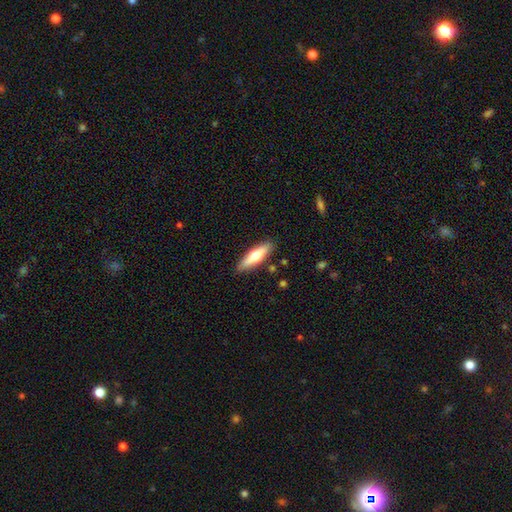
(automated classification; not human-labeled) smooth-or-featured: smooth: 52% | featured or disk: 42% | star or artifact: 6%
  how-rounded: cigar-shaped: 65% | in between: 33% | round: 2%
  merging: none: 87% | minor disturbance: 9% | major disturbance: 2% | merger: 2%